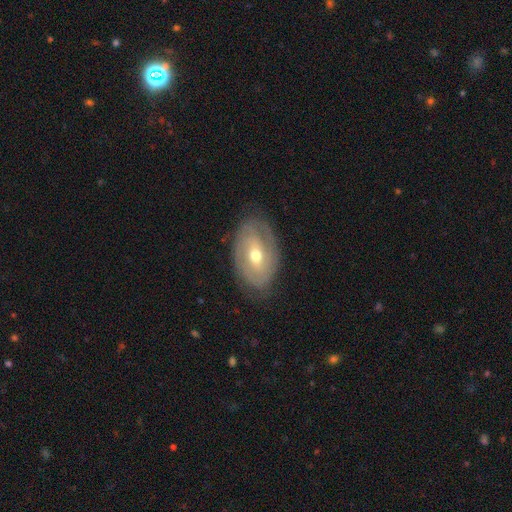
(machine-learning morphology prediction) Smooth or featured?
  - featured or disk: 69% *
  - smooth: 24%
  - star or artifact: 6%
Edge-on disk?
  - no: 93% *
  - yes: 7%
Bar?
  - no: 41% *
  - weak: 40%
  - strong: 19%
Spiral arms?
  - yes: 70% *
  - no: 30%
Bulge size?
  - moderate: 66% *
  - small: 30%
  - large: 3%
  - dominant: 1%
  - none: 1%
Merging?
  - none: 75% *
  - minor disturbance: 18%
  - major disturbance: 6%
  - merger: 1%